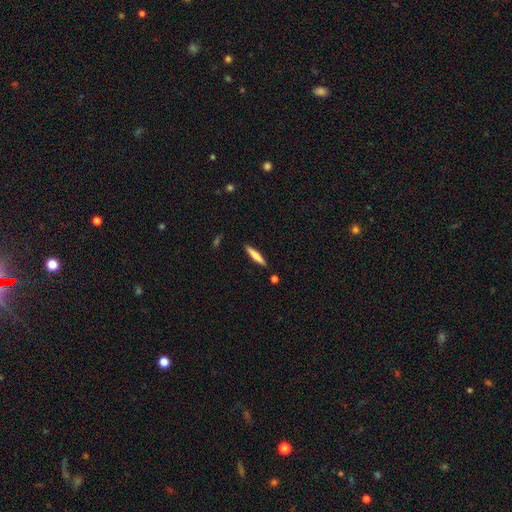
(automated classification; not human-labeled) smooth 68%, featured or disk 26%, star or artifact 6%. Down the decision tree: how rounded — cigar-shaped (88%); merging — none (88%).